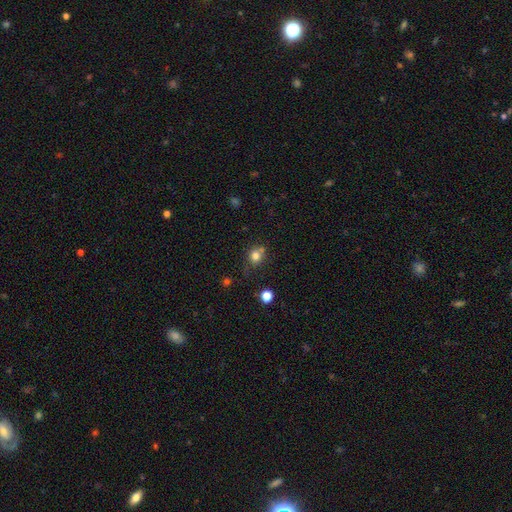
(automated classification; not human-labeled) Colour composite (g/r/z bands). It shows a smooth galaxy with no disk features (78%) that is round (77%). Merging: none (60%).